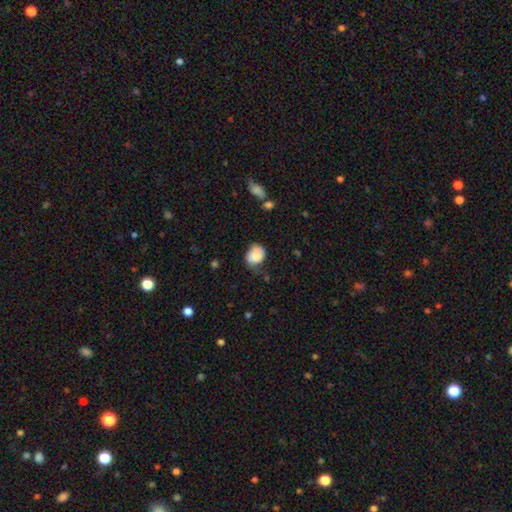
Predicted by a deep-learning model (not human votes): Smooth or featured? Predicted: smooth (p=0.84). How rounded? Predicted: in between (p=0.52). Merging? Predicted: none (p=0.57).